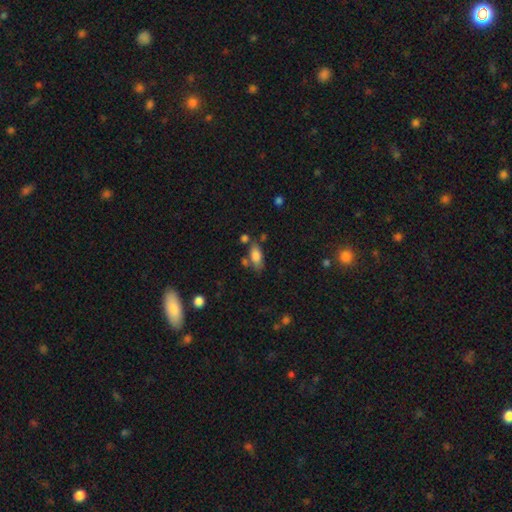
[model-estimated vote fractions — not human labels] Overall: smooth (82%). How rounded: in between (84%). Merging: none (62%).